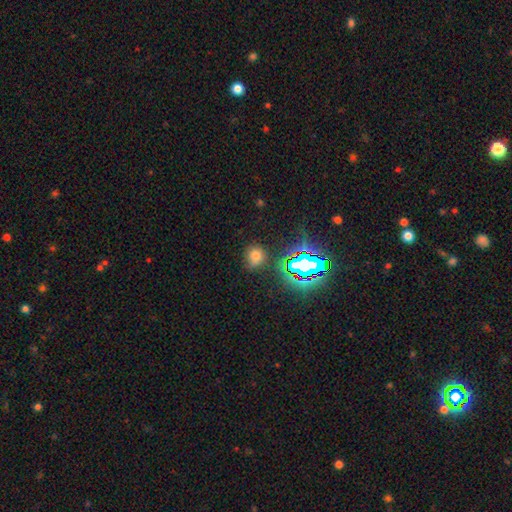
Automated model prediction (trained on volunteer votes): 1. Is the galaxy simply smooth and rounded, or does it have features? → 64% smooth, 27% star or artifact, 9% featured or disk.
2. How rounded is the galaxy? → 75% round, 24% in between, 1% cigar-shaped.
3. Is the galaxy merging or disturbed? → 77% none, 15% minor disturbance, 5% major disturbance, 3% merger.